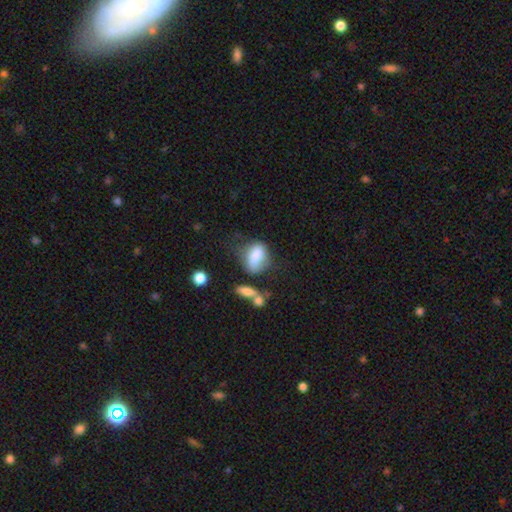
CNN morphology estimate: smooth_or_featured: smooth (p=0.78) [alt: featured or disk p=0.13]
how_rounded: in between (p=0.78) [alt: round p=0.19]
merging: none (p=0.36) [alt: minor disturbance p=0.30]